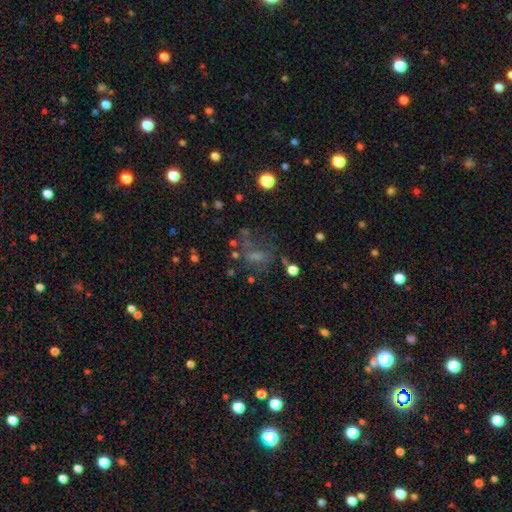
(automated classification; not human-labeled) Smooth or featured? smooth (39%)
Merging? none (41%)